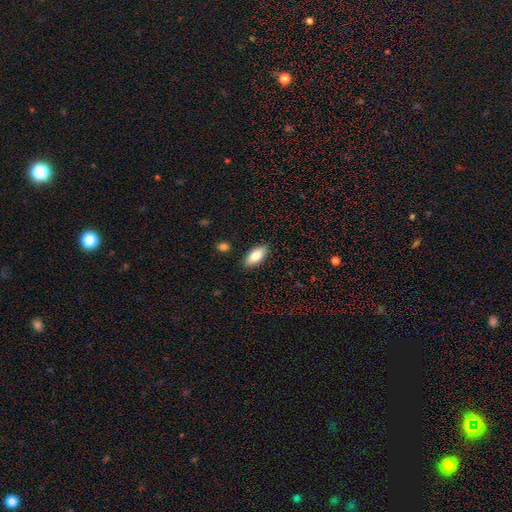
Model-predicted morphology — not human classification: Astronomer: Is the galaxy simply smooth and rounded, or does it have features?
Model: smooth — 77%.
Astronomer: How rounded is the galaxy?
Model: in between — 87%.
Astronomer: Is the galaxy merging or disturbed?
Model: none — 88%.